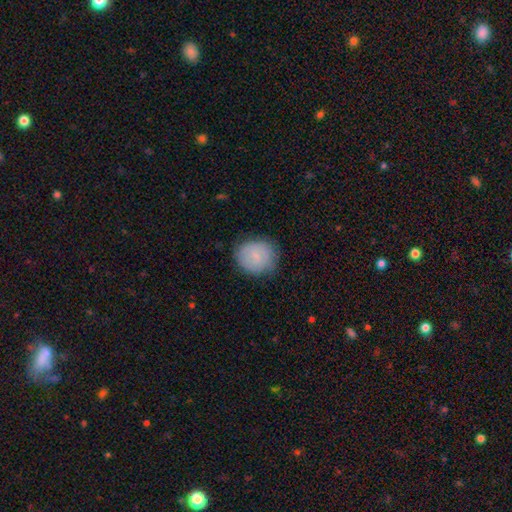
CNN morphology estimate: A smooth galaxy with no disk features (71%) that is round (80%).

Vote fractions:
- Smooth or featured? smooth: 71% / featured or disk: 22% / star or artifact: 7%
- How rounded? round: 80% / in between: 19% / cigar-shaped: 1%
- Merging? none: 75% / minor disturbance: 19% / major disturbance: 5% / merger: 1%